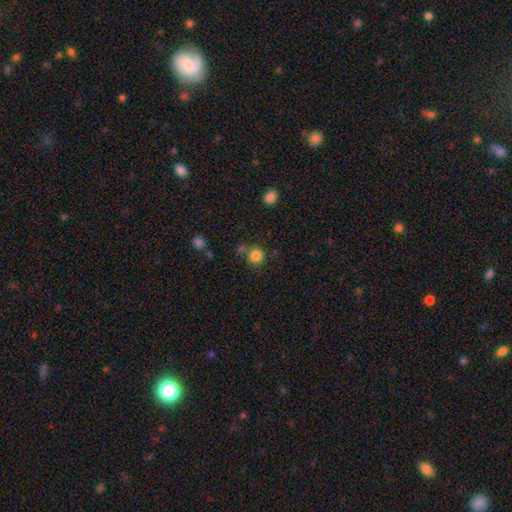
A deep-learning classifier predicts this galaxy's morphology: A smooth galaxy with no disk features (83%) that is round (90%).

Vote fractions:
- Smooth or featured? smooth: 83% / star or artifact: 12% / featured or disk: 5%
- How rounded? round: 90% / in between: 9% / cigar-shaped: 1%
- Merging? none: 71% / merger: 14% / minor disturbance: 11% / major disturbance: 4%